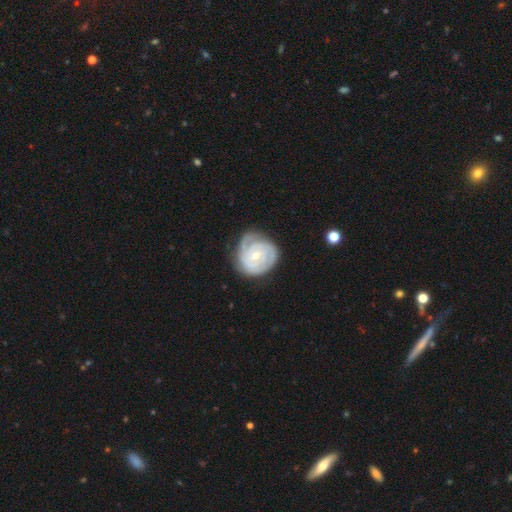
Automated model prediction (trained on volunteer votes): A featured or disk galaxy (81%) with no bar (64%), tight (76%) spiral arms (94%) and a small central bulge (59%). Merging: none (66%).